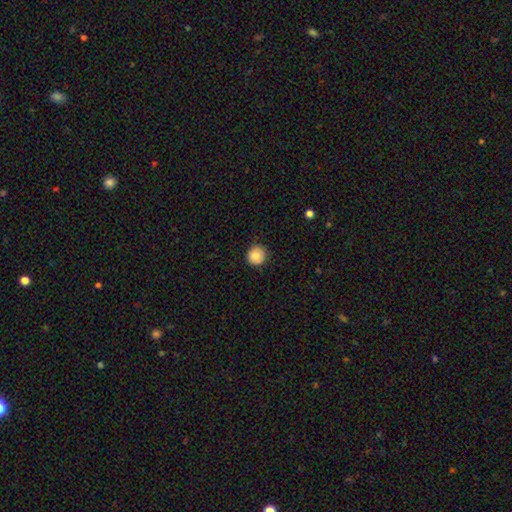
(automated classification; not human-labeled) Q: Smooth or featured?
A: smooth (86%); runner-up: star or artifact (9%)
Q: How rounded?
A: round (93%); runner-up: in between (6%)
Q: Merging?
A: none (88%); runner-up: minor disturbance (9%)